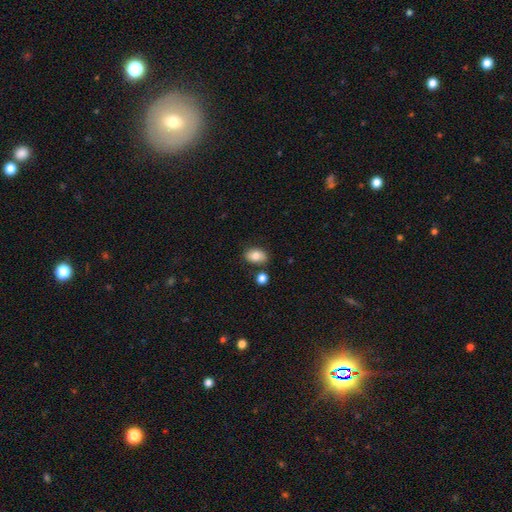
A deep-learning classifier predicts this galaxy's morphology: The model was most divided on "merging": none: 76%, minor disturbance: 13%, merger: 8%, major disturbance: 3%. More confident: how rounded — in between (84%); smooth or featured — smooth (81%).